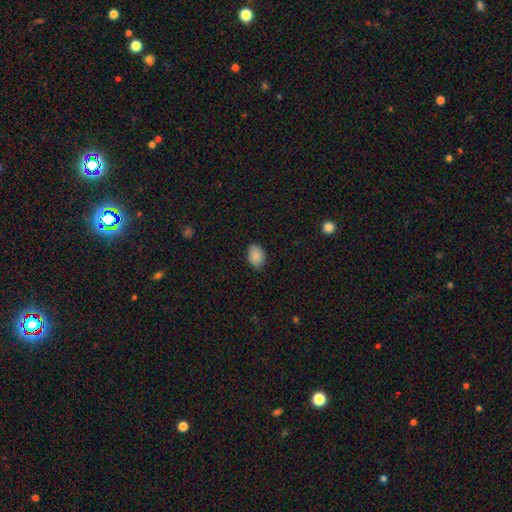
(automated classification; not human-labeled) This appears to be a smooth galaxy with no disk features (89%) that is in between round and cigar-shaped (81%). Merging: none (85%).